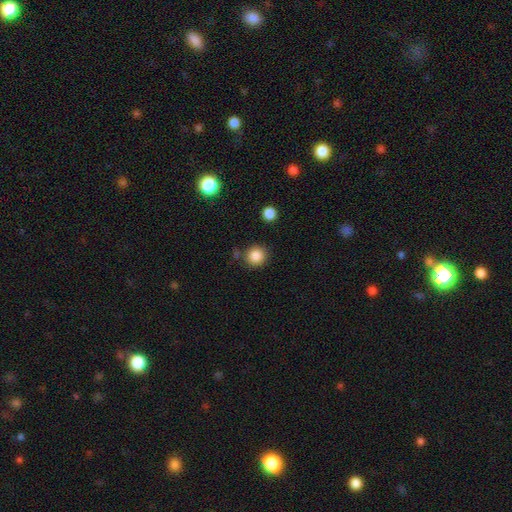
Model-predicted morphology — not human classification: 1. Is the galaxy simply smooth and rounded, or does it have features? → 86% smooth, 10% star or artifact, 4% featured or disk.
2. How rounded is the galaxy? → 92% round, 7% in between, 1% cigar-shaped.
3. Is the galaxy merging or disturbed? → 83% none, 9% minor disturbance, 5% merger, 3% major disturbance.